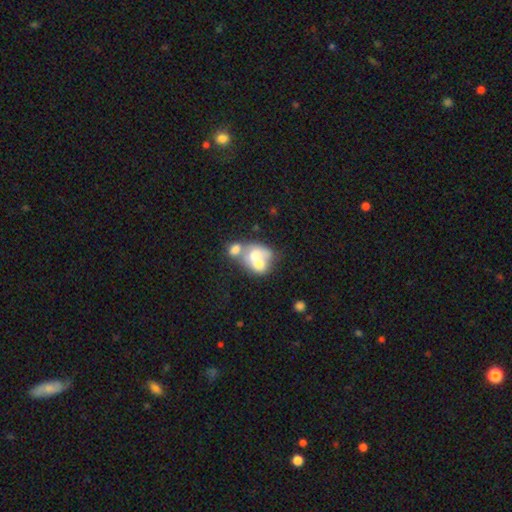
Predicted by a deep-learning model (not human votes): smooth_or_featured: smooth (p=0.54) [alt: featured or disk p=0.36]
how_rounded: in between (p=0.60) [alt: round p=0.39]
merging: merger (p=0.69) [alt: none p=0.15]